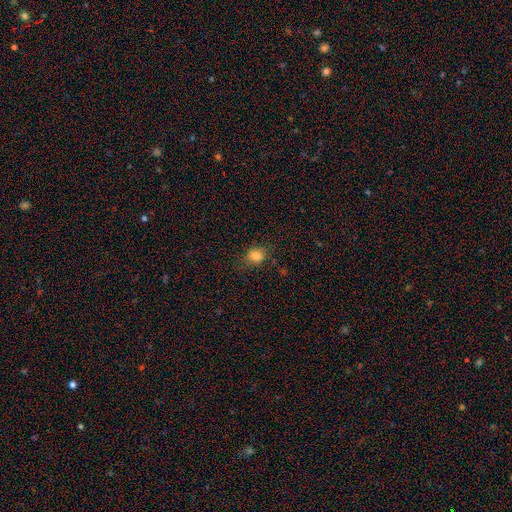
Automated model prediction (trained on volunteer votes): Q: Smooth or featured?
A: smooth (80%); runner-up: star or artifact (13%)
Q: How rounded?
A: round (61%); runner-up: in between (38%)
Q: Merging?
A: none (75%); runner-up: minor disturbance (18%)